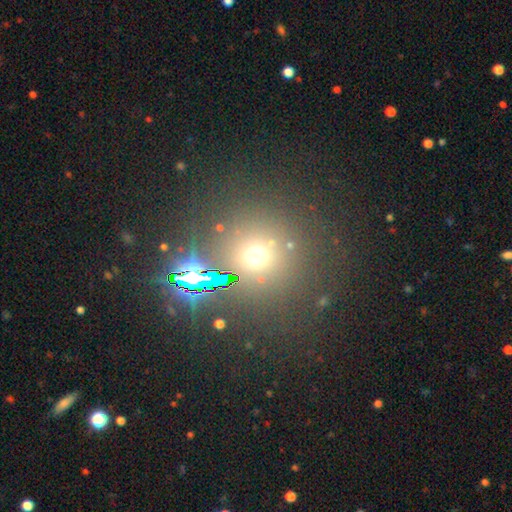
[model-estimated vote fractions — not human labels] A smooth galaxy with no disk features (52%) that is round (91%). Merging: none (80%).